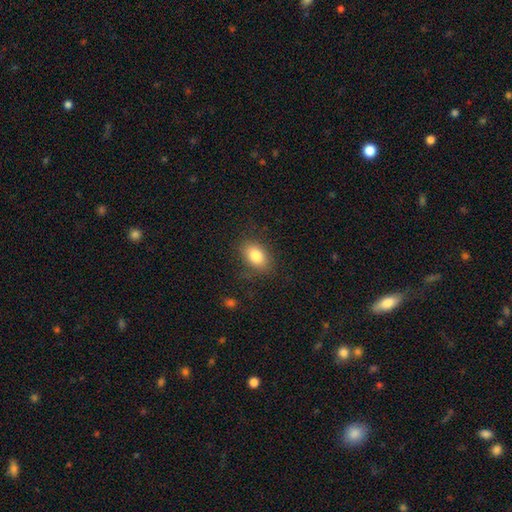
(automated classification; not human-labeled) smooth-or-featured: smooth: 82% | featured or disk: 9% | star or artifact: 8%
  how-rounded: in between: 82% | round: 16% | cigar-shaped: 1%
  merging: none: 80% | minor disturbance: 14% | major disturbance: 5% | merger: 1%